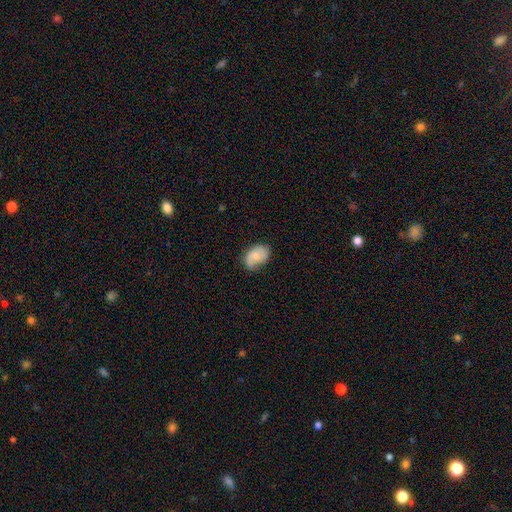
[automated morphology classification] A smooth galaxy with no disk features (53%) that is in between round and cigar-shaped (77%).

Vote fractions:
- Smooth or featured? smooth: 53% / featured or disk: 39% / star or artifact: 7%
- How rounded? in between: 77% / round: 22% / cigar-shaped: 1%
- Merging? none: 58% / minor disturbance: 30% / major disturbance: 10% / merger: 2%